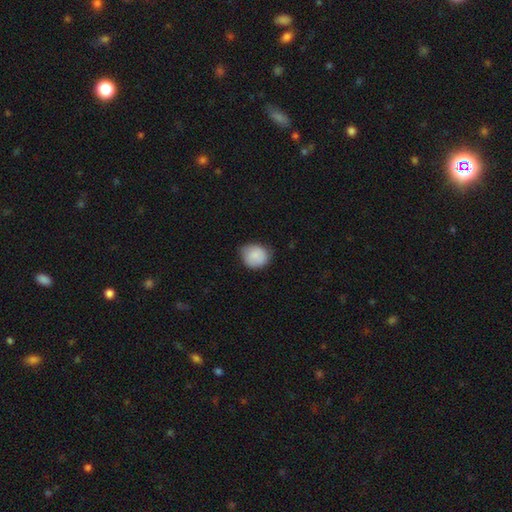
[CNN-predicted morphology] This appears to be a smooth galaxy with no disk features (86%) that is round (73%). Merging: none (68%).